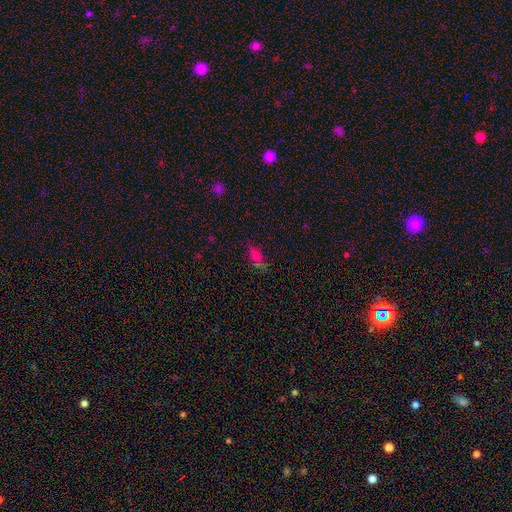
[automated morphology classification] A smooth galaxy with no disk features (62%) that is in between round and cigar-shaped (70%). Merging: none (66%).